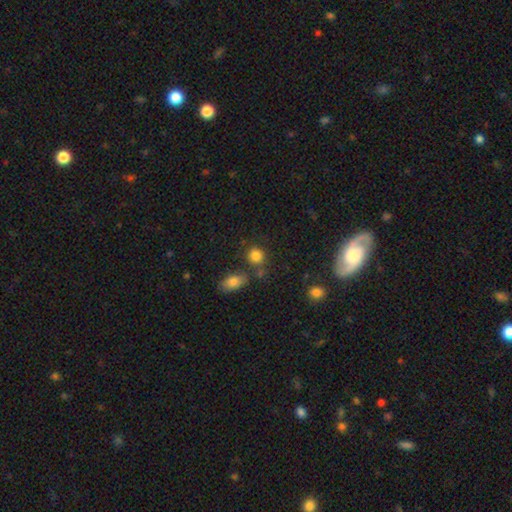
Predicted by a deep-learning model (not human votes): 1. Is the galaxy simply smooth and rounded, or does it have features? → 84% smooth, 11% star or artifact, 5% featured or disk.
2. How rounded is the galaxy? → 79% round, 20% in between, 1% cigar-shaped.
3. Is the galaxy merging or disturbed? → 70% none, 15% merger, 11% minor disturbance, 4% major disturbance.